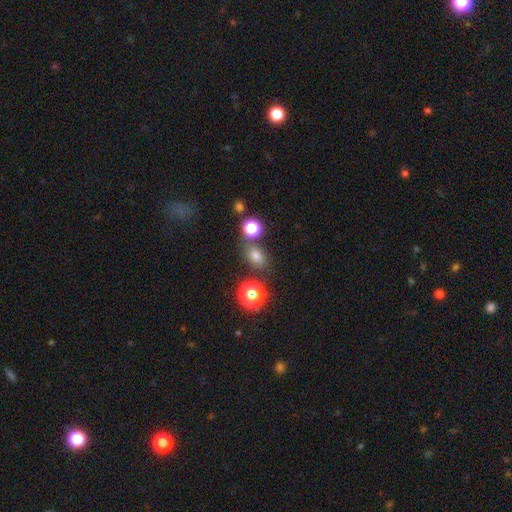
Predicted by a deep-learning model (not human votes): smooth 70%, star or artifact 22%, featured or disk 8%. Down the decision tree: how rounded — in between (52%); merging — none (74%).